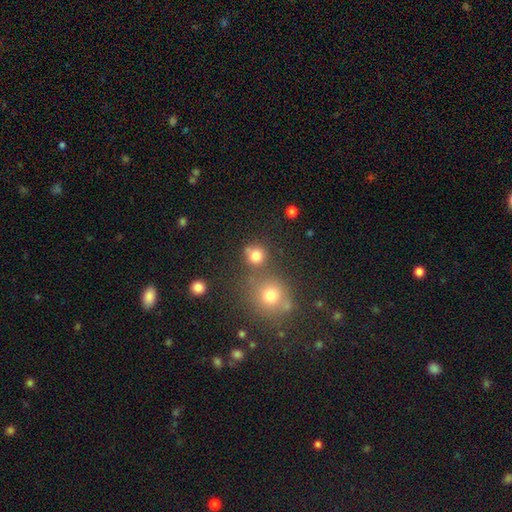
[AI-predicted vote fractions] This appears to be a smooth galaxy with no disk features (79%) that is round (86%). Merging: none (66%).